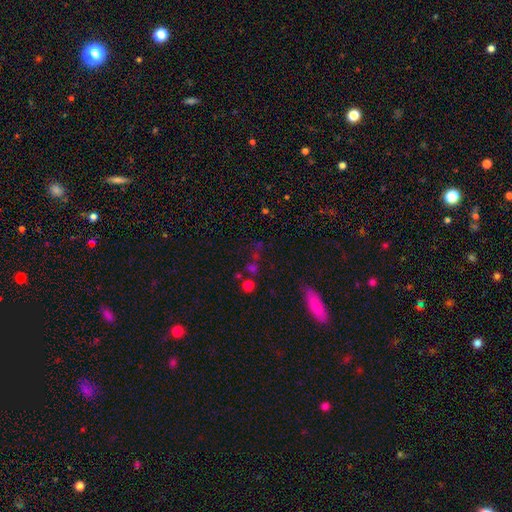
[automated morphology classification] type=smooth (45%); merging=none (56%).